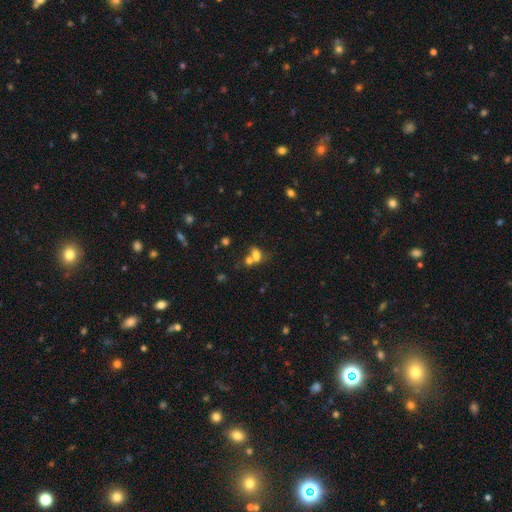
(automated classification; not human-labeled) smooth-or-featured: smooth: 67% | star or artifact: 17% | featured or disk: 16%
  how-rounded: in between: 69% | round: 27% | cigar-shaped: 4%
  merging: merger: 54% | none: 30% | minor disturbance: 9% | major disturbance: 7%